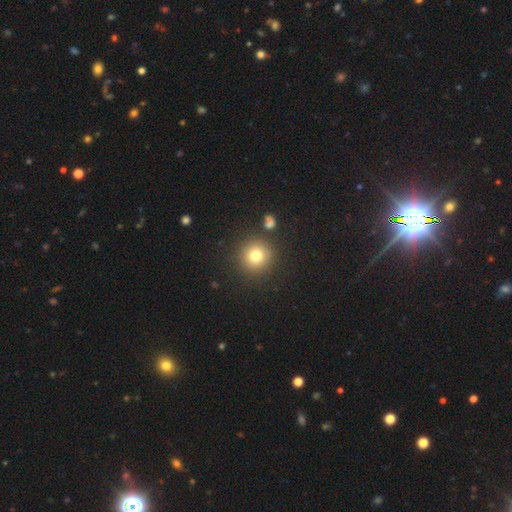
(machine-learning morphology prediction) This appears to be a smooth galaxy with no disk features (77%) that is round (93%). Merging: none (87%).